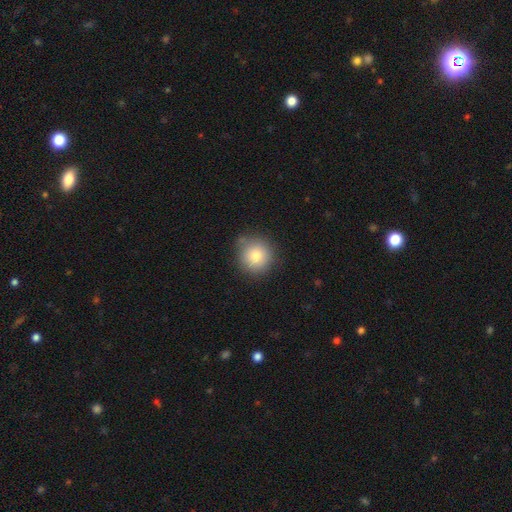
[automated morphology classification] smooth 80%, star or artifact 10%, featured or disk 10%. Down the decision tree: how rounded — round (93%); merging — none (79%).